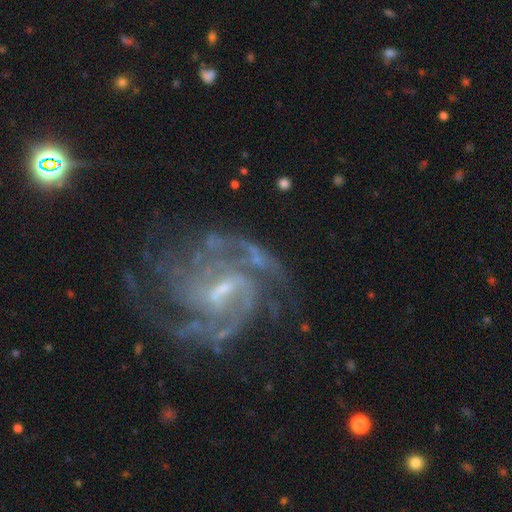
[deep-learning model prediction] Overall: featured or disk (89%). Edge-on disk: no (98%). Bar: weak (58%; strong 24%). Spiral arms: yes (96%). Spiral arm count: 2 (29%; 3 25%). Spiral winding: medium (47%; tight 41%). Bulge size: small (58%; moderate 26%). Merging: none (61%).